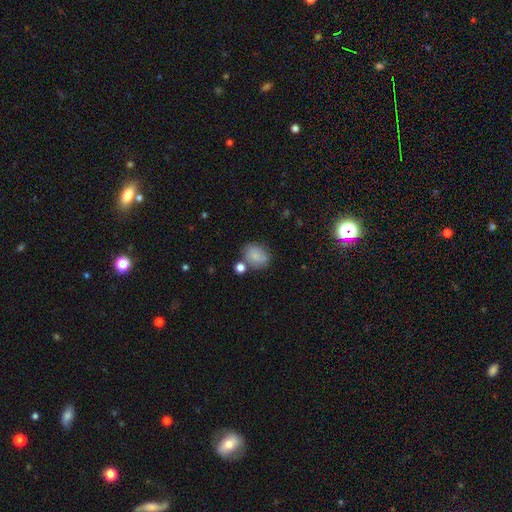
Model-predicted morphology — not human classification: smooth-or-featured: smooth: 79% | featured or disk: 12% | star or artifact: 9%
  how-rounded: in between: 55% | round: 44% | cigar-shaped: 1%
  merging: none: 62% | minor disturbance: 19% | merger: 14% | major disturbance: 6%